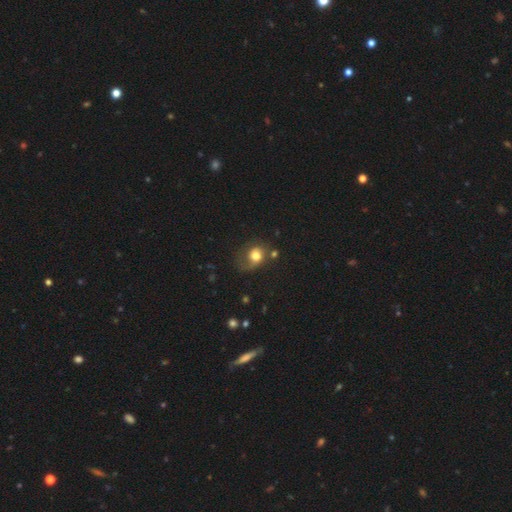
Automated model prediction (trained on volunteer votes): Q: Smooth or featured?
A: smooth (62%); runner-up: featured or disk (28%)
Q: How rounded?
A: round (62%); runner-up: in between (37%)
Q: Merging?
A: none (39%); runner-up: major disturbance (30%)